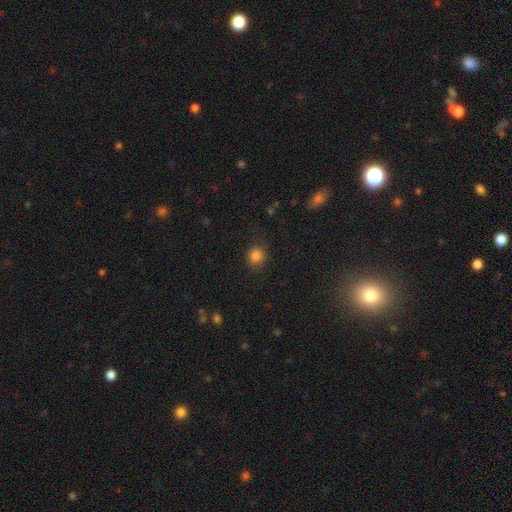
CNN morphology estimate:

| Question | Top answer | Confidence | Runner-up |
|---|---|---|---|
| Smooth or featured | smooth | 84% | star or artifact (12%) |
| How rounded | round | 77% | in between (22%) |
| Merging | none | 83% | minor disturbance (12%) |